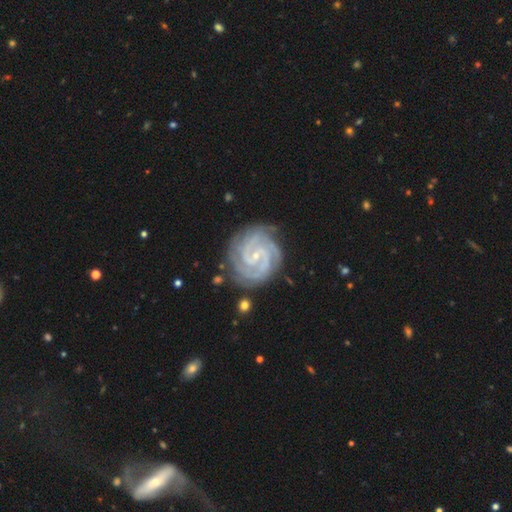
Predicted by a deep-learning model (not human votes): Smooth or featured? featured or disk (93%)
Edge-on disk? no (98%)
Bar? no (43%)
Spiral arms? yes (99%)
Spiral winding? tight (78%)
Spiral arm count? 2 (36%)
Bulge size? small (83%)
Merging? none (80%)